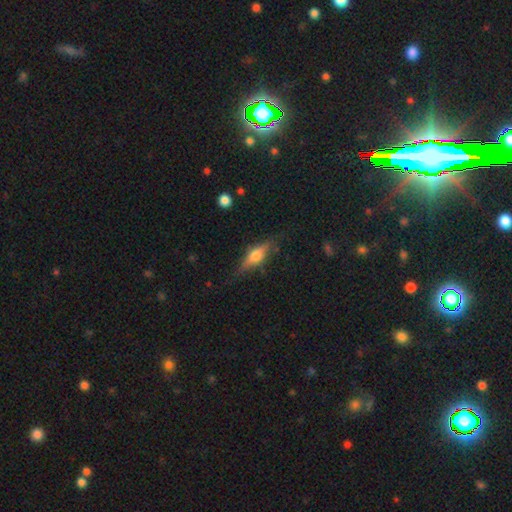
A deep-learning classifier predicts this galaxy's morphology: Smooth or featured: featured or disk — 55% (smooth — 38%)
Edge-on disk: yes — 92% (no — 8%)
Edge-on bulge: rounded — 90% (boxy — 7%)
Merging: none — 78% (minor disturbance — 16%)